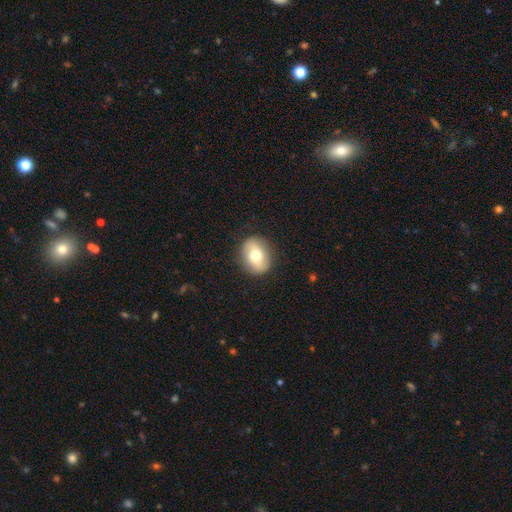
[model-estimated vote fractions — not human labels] Overall: smooth (63%; featured or disk 30%). How rounded: in between (54%; round 45%). Merging: none (86%).